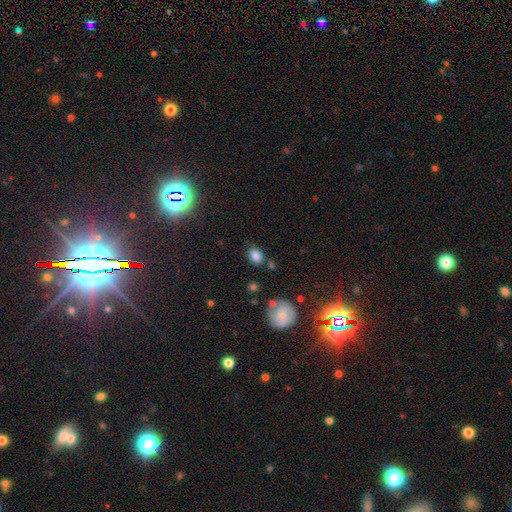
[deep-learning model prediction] This appears to be a smooth galaxy with no disk features (80%) that is in between round and cigar-shaped (72%). Merging: none (73%).